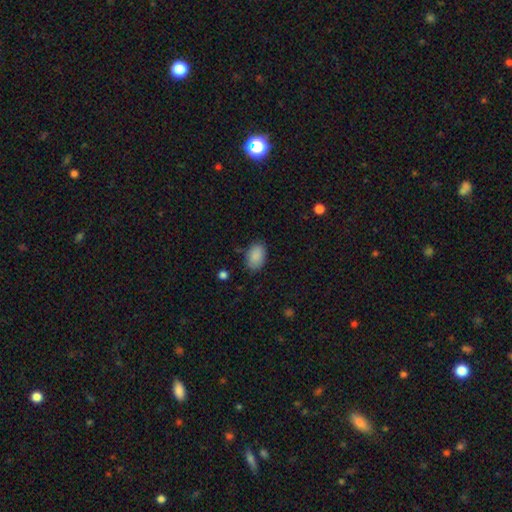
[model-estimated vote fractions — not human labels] Smooth or featured?
  - smooth: 89% *
  - star or artifact: 7%
  - featured or disk: 4%
How rounded?
  - in between: 89% *
  - round: 10%
  - cigar-shaped: 1%
Merging?
  - none: 81% *
  - minor disturbance: 14%
  - major disturbance: 3%
  - merger: 1%